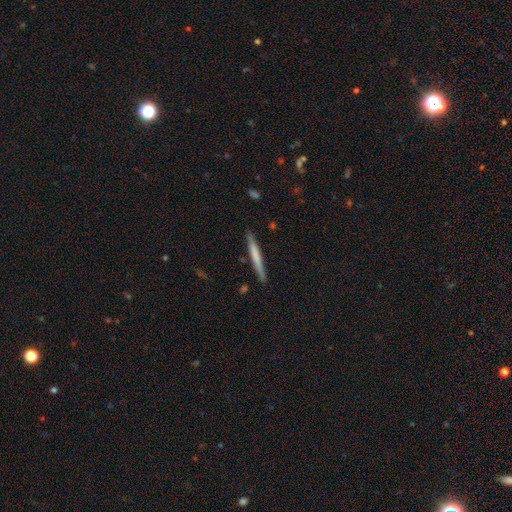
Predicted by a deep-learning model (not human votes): The model was most divided on "smooth or featured": smooth: 60%, featured or disk: 34%, star or artifact: 5%. More confident: how rounded — cigar-shaped (97%); merging — none (88%).